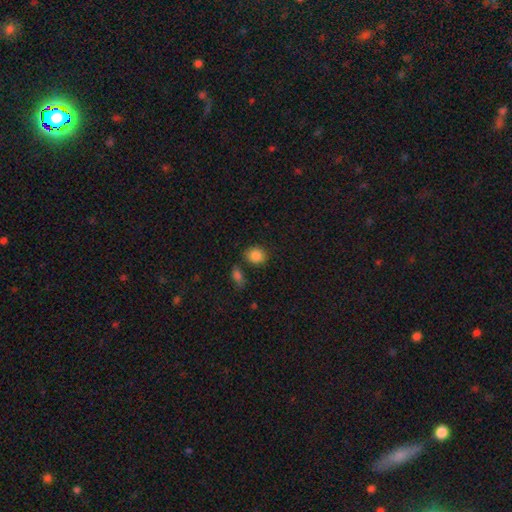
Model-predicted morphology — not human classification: type=smooth (86%); roundness=round (60%); merging=none (75%).